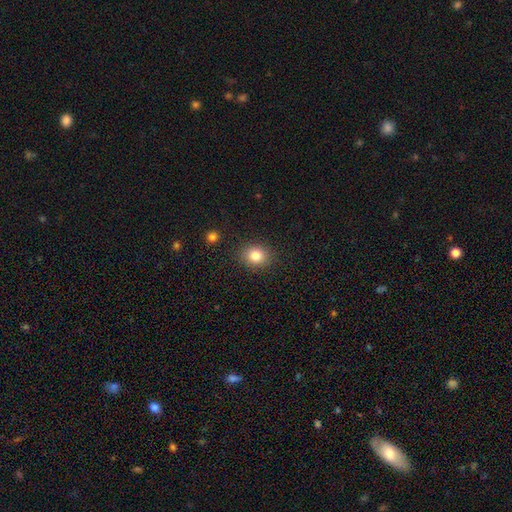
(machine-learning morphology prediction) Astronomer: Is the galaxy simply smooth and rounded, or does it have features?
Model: smooth — 82%.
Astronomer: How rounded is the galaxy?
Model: round — 67%.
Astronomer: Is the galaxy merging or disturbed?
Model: none — 88%.